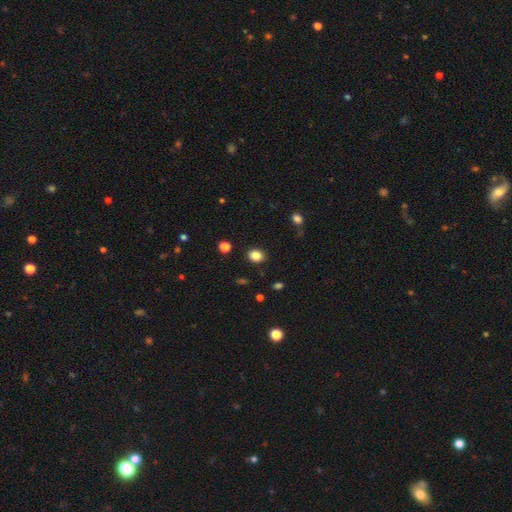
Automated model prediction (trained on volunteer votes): Overall: smooth (85%). How rounded: round (55%; in between 44%). Merging: none (88%).